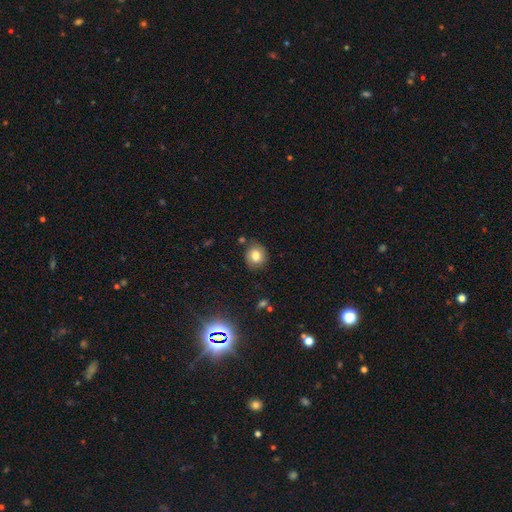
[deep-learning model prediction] Smooth or featured? Predicted: smooth (p=0.78). How rounded? Predicted: round (p=0.77). Merging? Predicted: none (p=0.81).